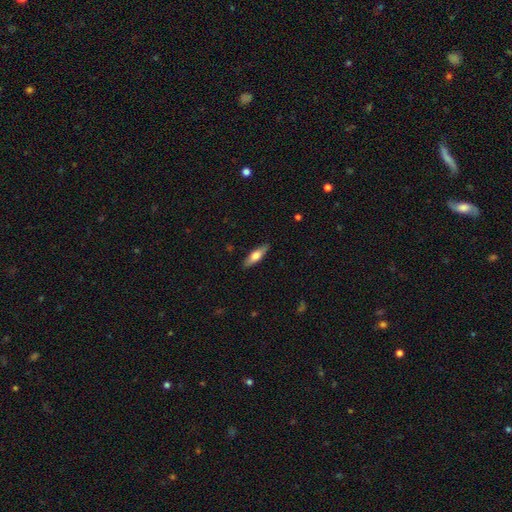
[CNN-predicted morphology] smooth_or_featured: smooth (p=0.61) [alt: featured or disk p=0.34]
how_rounded: cigar-shaped (p=0.54) [alt: in between p=0.43]
merging: none (p=0.88) [alt: minor disturbance p=0.09]